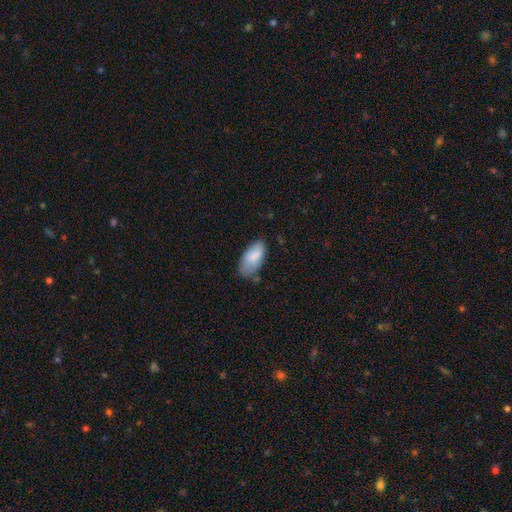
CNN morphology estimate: Smooth or featured? Predicted: smooth (p=0.84). How rounded? Predicted: in between (p=0.94). Merging? Predicted: none (p=0.58).